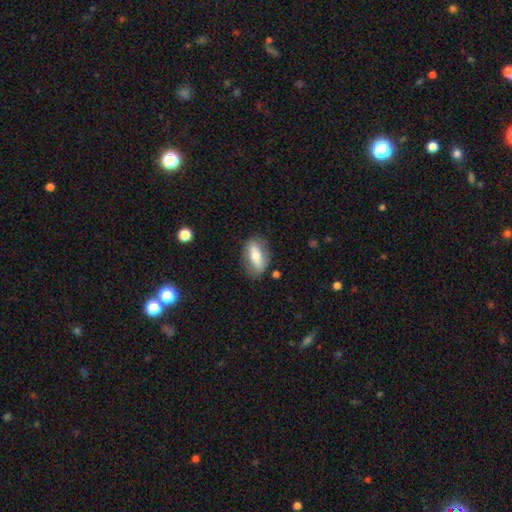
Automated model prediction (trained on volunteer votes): Q: Smooth or featured?
A: smooth (59%); runner-up: featured or disk (34%)
Q: How rounded?
A: in between (85%); runner-up: cigar-shaped (9%)
Q: Merging?
A: none (78%); runner-up: minor disturbance (15%)